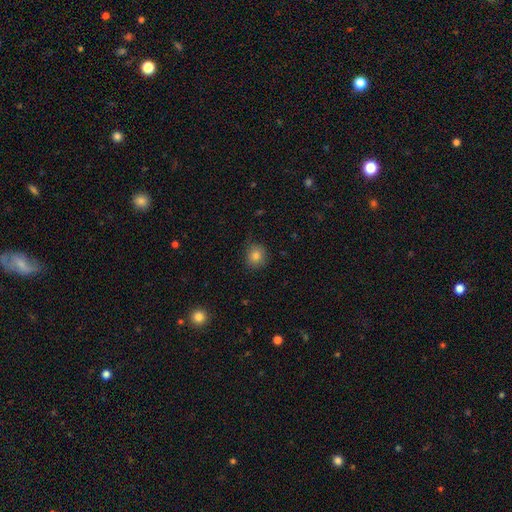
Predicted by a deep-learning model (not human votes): Smooth or featured? smooth (82%)
How rounded? round (80%)
Merging? none (79%)